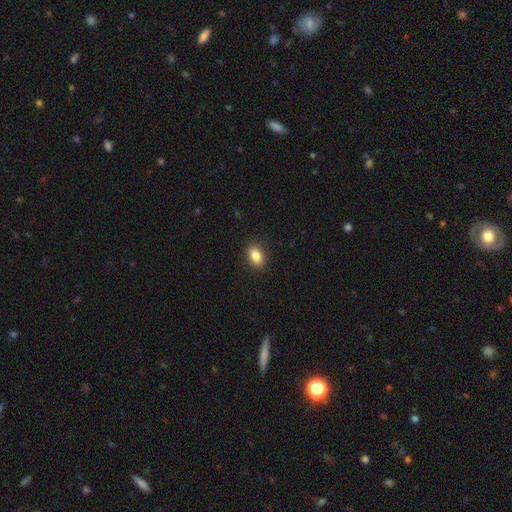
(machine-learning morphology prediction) smooth 86%, star or artifact 9%, featured or disk 6%. Down the decision tree: how rounded — in between (80%); merging — none (89%).